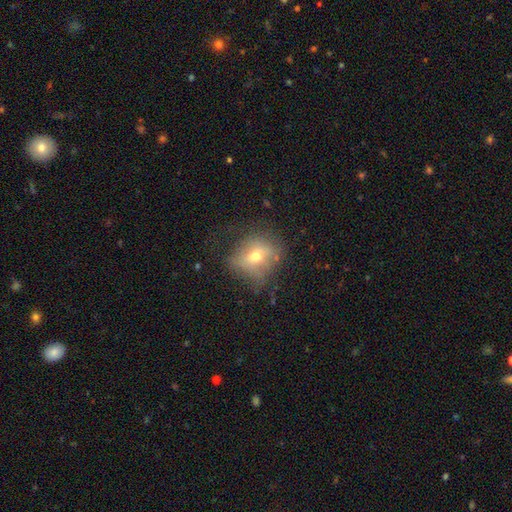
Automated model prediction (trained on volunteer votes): Smooth or featured?
  - smooth: 56% *
  - featured or disk: 30%
  - star or artifact: 14%
How rounded?
  - round: 68% *
  - in between: 31%
  - cigar-shaped: 2%
Merging?
  - none: 56% *
  - minor disturbance: 24%
  - major disturbance: 17%
  - merger: 2%